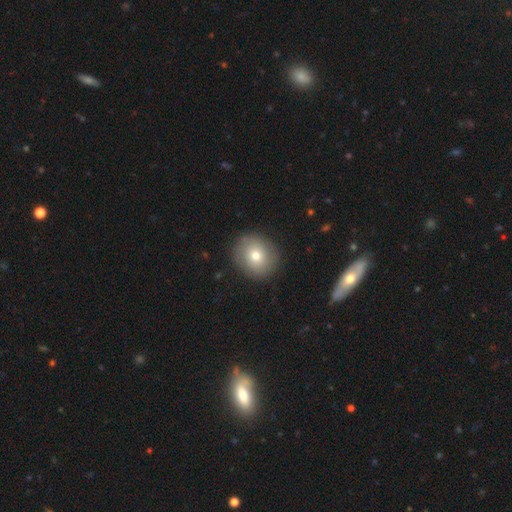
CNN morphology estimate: Smooth or featured: smooth — 74% (featured or disk — 16%)
How rounded: round — 79% (in between — 20%)
Merging: none — 88% (minor disturbance — 9%)